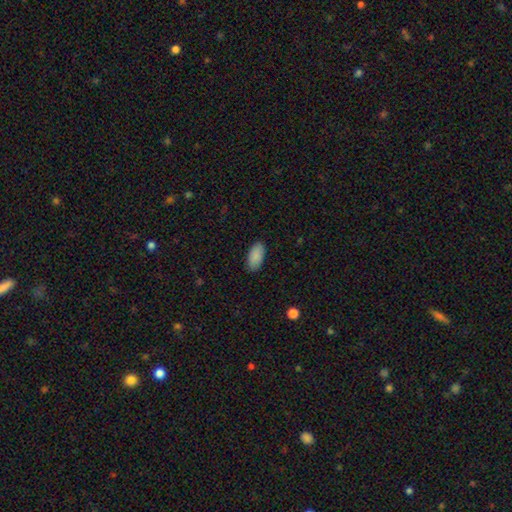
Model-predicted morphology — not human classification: smooth-or-featured: smooth: 90% | star or artifact: 6% | featured or disk: 4%
  how-rounded: in between: 95% | cigar-shaped: 3% | round: 2%
  merging: none: 89% | minor disturbance: 8% | major disturbance: 2% | merger: 1%